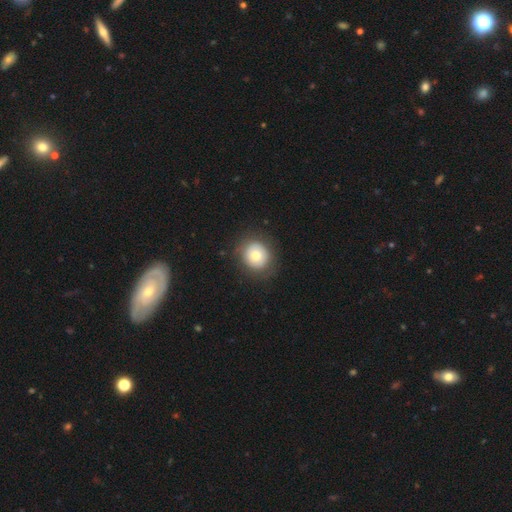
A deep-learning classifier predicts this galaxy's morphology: A smooth galaxy with no disk features (71%) that is round (86%).

Vote fractions:
- Smooth or featured? smooth: 71% / featured or disk: 21% / star or artifact: 9%
- How rounded? round: 86% / in between: 13% / cigar-shaped: 1%
- Merging? none: 85% / minor disturbance: 10% / major disturbance: 4% / merger: 1%